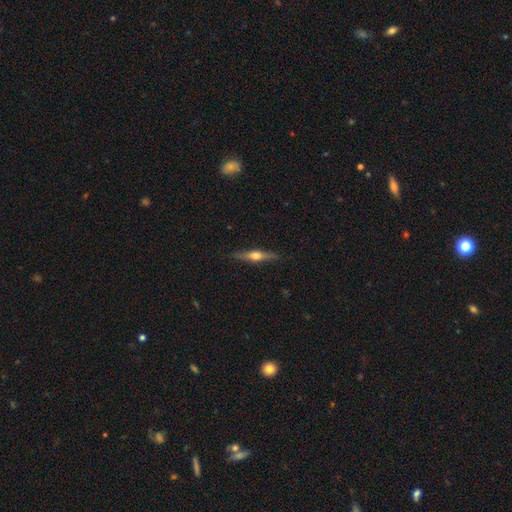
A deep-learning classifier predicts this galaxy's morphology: featured or disk 61%, smooth 33%, star or artifact 6%. Down the decision tree: edge-on disk — yes (95%); edge-on bulge — rounded (92%); merging — none (88%).